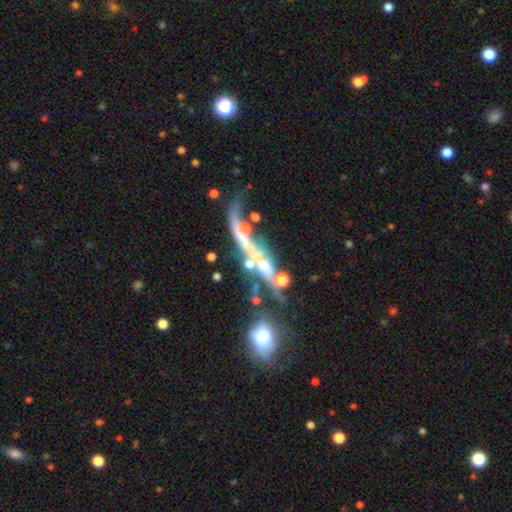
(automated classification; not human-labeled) Morphology: type=featured or disk (59%); edge-on=no (60%); merging=merger (33%).